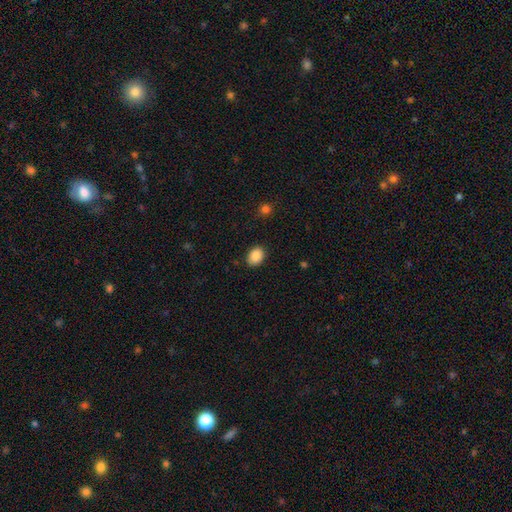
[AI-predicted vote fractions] Morphology: type=smooth (88%); roundness=in between (67%); merging=none (85%).